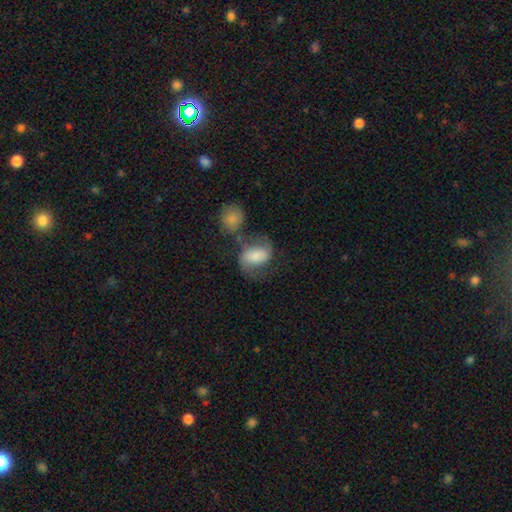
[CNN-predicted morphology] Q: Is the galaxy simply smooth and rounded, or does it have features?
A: smooth — 52%.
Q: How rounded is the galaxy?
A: in between — 77%.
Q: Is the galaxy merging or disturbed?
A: none — 37%.